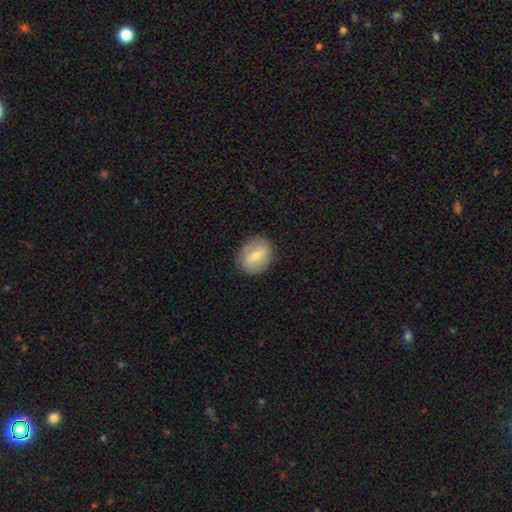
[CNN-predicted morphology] type=smooth (61%); roundness=round (58%); merging=none (88%).